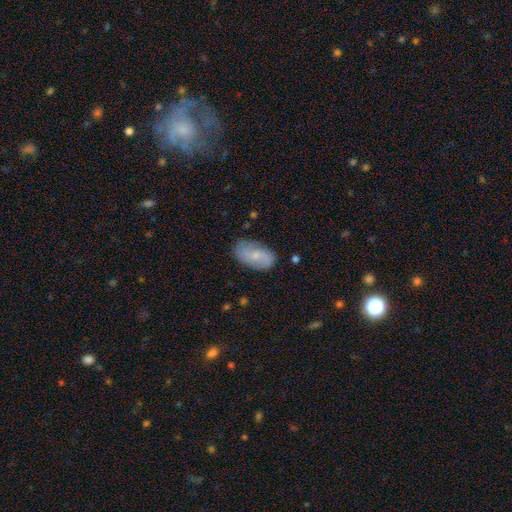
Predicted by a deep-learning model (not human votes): The model was most divided on "smooth or featured": featured or disk: 50%, smooth: 43%, star or artifact: 7%. More confident: merging — none (75%).